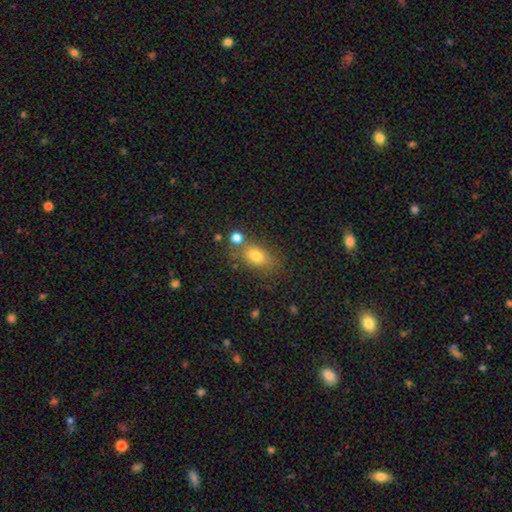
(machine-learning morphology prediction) Smooth or featured: smooth — 76% (featured or disk — 12%)
How rounded: in between — 76% (round — 19%)
Merging: none — 63% (minor disturbance — 16%)